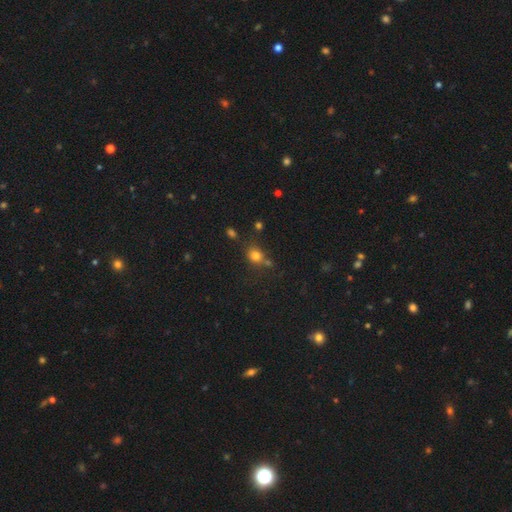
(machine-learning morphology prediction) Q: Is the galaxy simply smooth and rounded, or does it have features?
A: smooth — 77%.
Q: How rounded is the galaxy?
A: round — 73%.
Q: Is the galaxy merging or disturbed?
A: none — 62%.